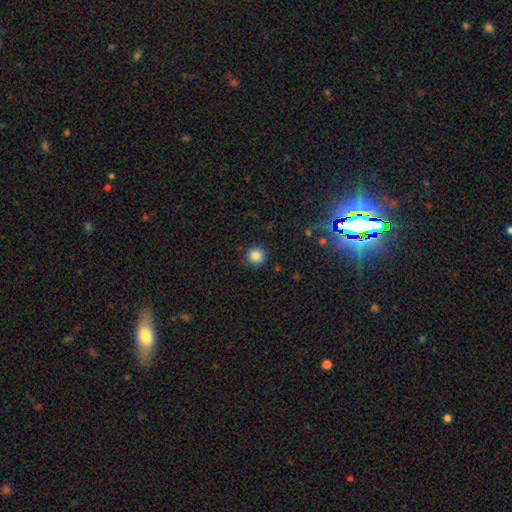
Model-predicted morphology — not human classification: Q: Smooth or featured?
A: smooth (86%); runner-up: star or artifact (11%)
Q: How rounded?
A: round (94%); runner-up: in between (5%)
Q: Merging?
A: none (88%); runner-up: minor disturbance (8%)